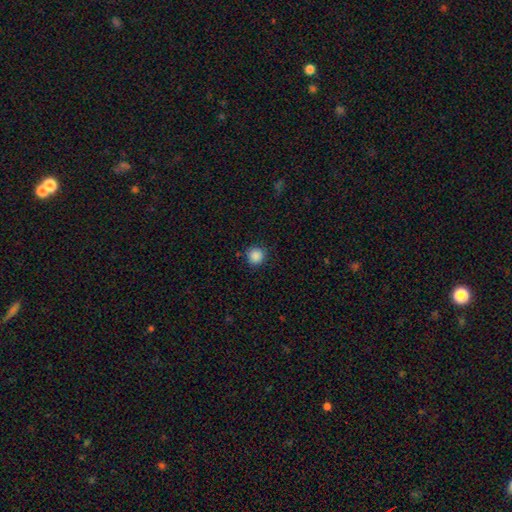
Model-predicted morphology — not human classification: A smooth galaxy with no disk features (88%) that is round (94%).

Vote fractions:
- Smooth or featured? smooth: 88% / star or artifact: 10% / featured or disk: 3%
- How rounded? round: 94% / in between: 5% / cigar-shaped: 1%
- Merging? none: 88% / minor disturbance: 8% / major disturbance: 2% / merger: 1%